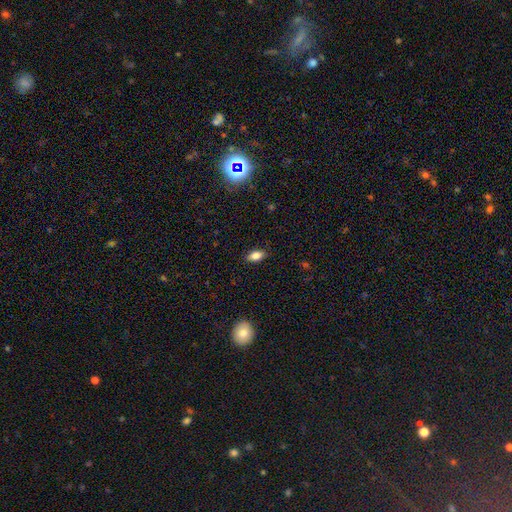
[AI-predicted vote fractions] Overall: smooth (81%). How rounded: in between (87%). Merging: none (87%).